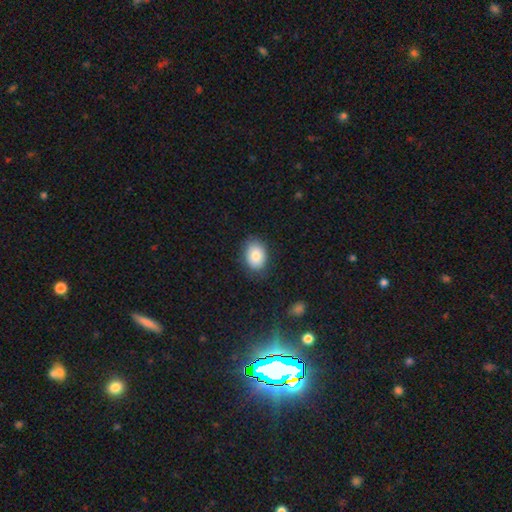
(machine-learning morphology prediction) This appears to be a smooth galaxy with no disk features (82%) that is in between round and cigar-shaped (77%). Merging: none (83%).